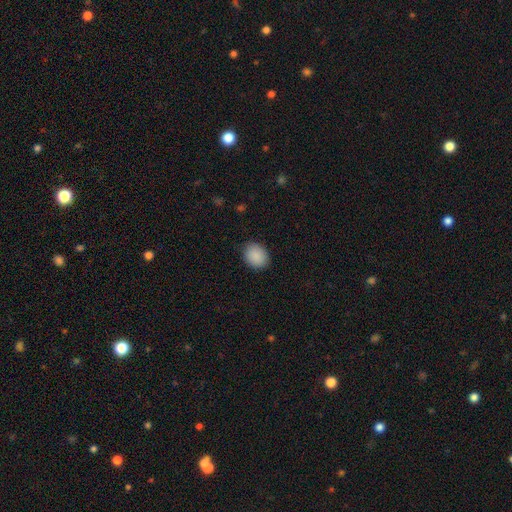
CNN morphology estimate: Q: Smooth or featured?
A: smooth (90%); runner-up: star or artifact (7%)
Q: How rounded?
A: round (53%); runner-up: in between (46%)
Q: Merging?
A: none (87%); runner-up: minor disturbance (9%)